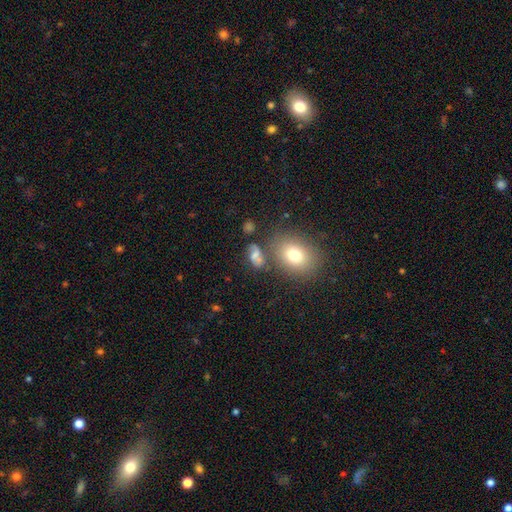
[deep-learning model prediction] The model was most divided on "merging": none: 50%, merger: 21%, minor disturbance: 19%, major disturbance: 10%. More confident: how rounded — in between (74%); smooth or featured — smooth (60%).